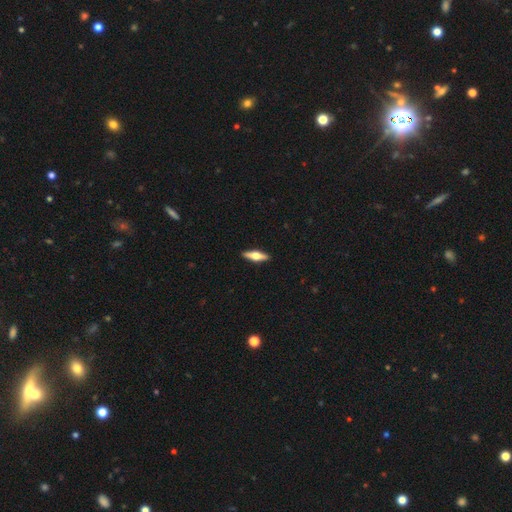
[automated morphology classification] type=featured or disk (54%); edge-on=yes (95%); edge-on bulge=rounded (94%); merging=none (91%).